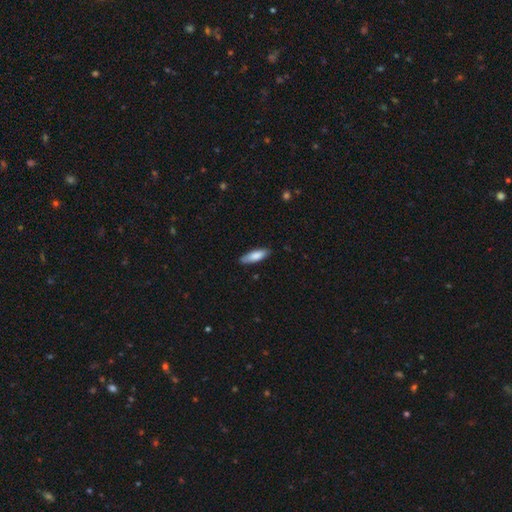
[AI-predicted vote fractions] Morphology: type=smooth (81%); roundness=cigar-shaped (50%); merging=none (83%).